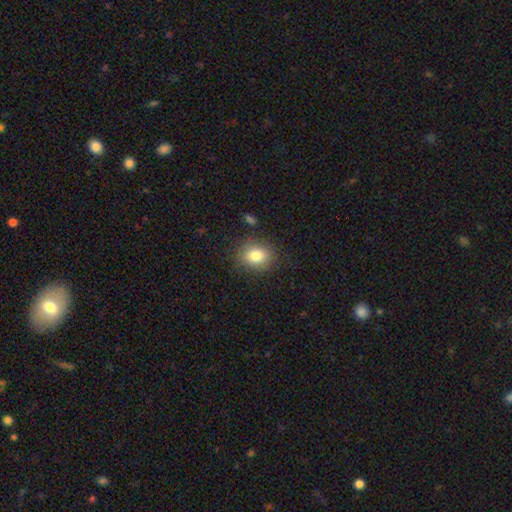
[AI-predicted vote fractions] Smooth or featured: smooth — 82% (star or artifact — 9%)
How rounded: in between — 54% (round — 45%)
Merging: none — 83% (minor disturbance — 12%)